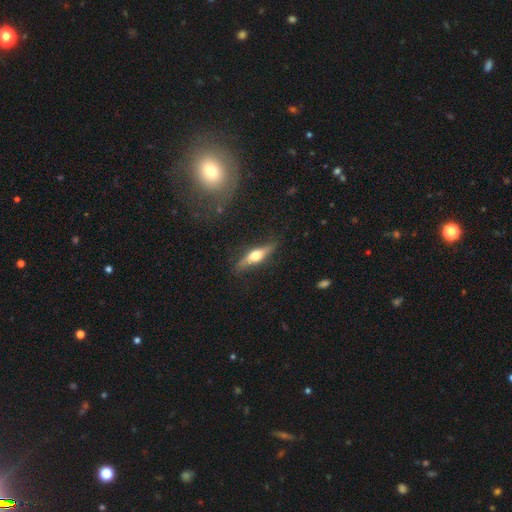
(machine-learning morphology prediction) The model was most divided on "smooth or featured": featured or disk: 55%, smooth: 39%, star or artifact: 6%. More confident: edge-on disk — yes (90%); merging — none (81%).